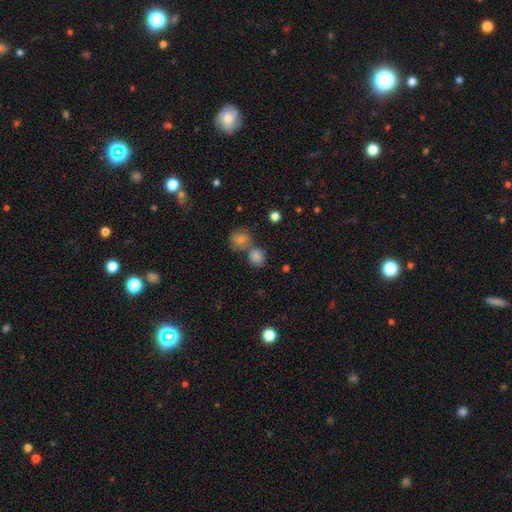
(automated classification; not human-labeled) This appears to be a smooth galaxy with no disk features (72%) that is round (85%). Merging: none (55%).